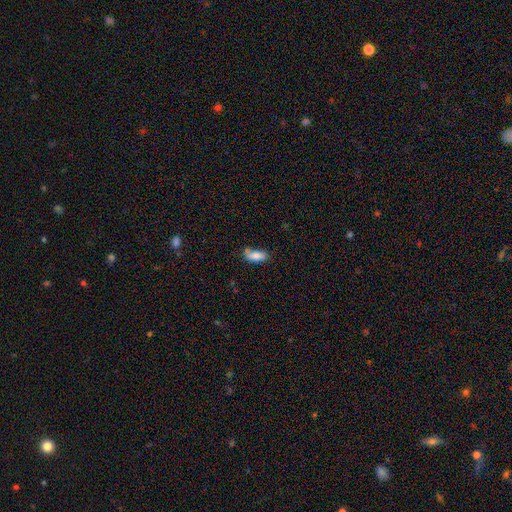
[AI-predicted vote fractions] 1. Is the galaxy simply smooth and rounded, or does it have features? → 83% smooth, 9% featured or disk, 8% star or artifact.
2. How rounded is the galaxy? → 83% in between, 14% cigar-shaped, 3% round.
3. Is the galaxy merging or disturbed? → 55% none, 26% minor disturbance, 12% merger, 8% major disturbance.